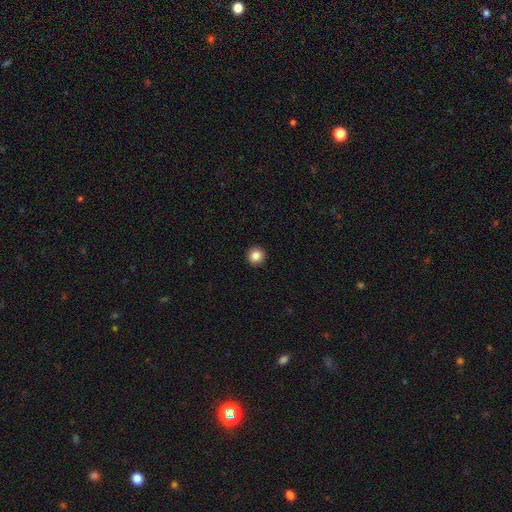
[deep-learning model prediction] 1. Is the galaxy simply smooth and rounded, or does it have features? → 86% smooth, 10% star or artifact, 4% featured or disk.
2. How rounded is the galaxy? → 96% round, 3% in between, 1% cigar-shaped.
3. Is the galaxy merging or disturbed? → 94% none, 4% minor disturbance, 1% major disturbance, 1% merger.